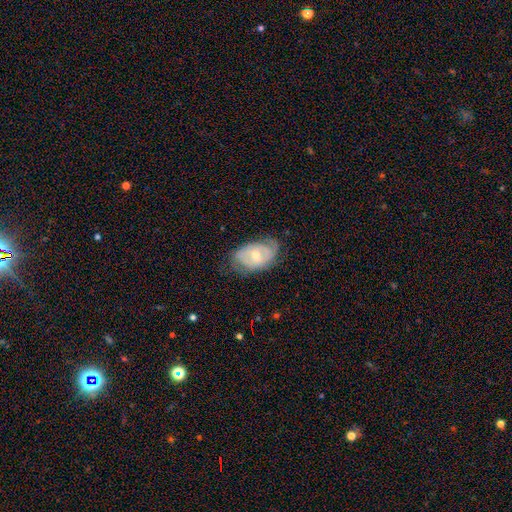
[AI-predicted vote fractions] featured or disk 60%, smooth 34%, star or artifact 6%. Down the decision tree: edge-on disk — no (94%); bar — no (60%); spiral arms — yes (69%); bulge size — moderate (54%); merging — none (59%).